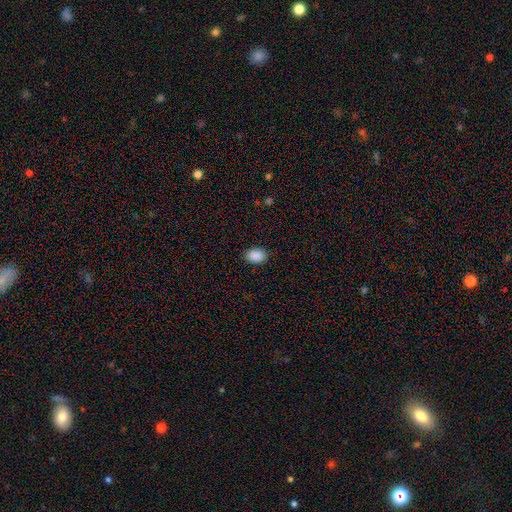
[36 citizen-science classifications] smooth 92%, star or artifact 6%, featured or disk 3%. Down the decision tree: how rounded — in between (88%); merging — none (85%).